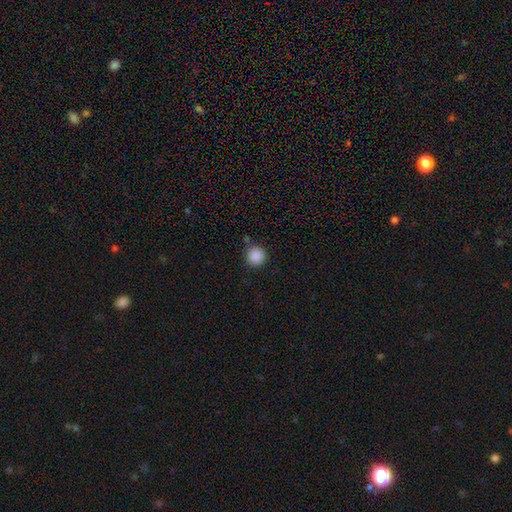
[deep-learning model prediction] Smooth or featured? smooth (88%)
How rounded? round (94%)
Merging? none (80%)